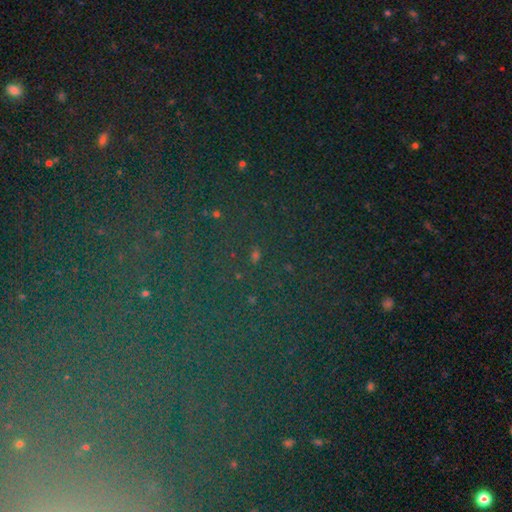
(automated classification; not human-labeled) Morphology: type=star or artifact (79%).